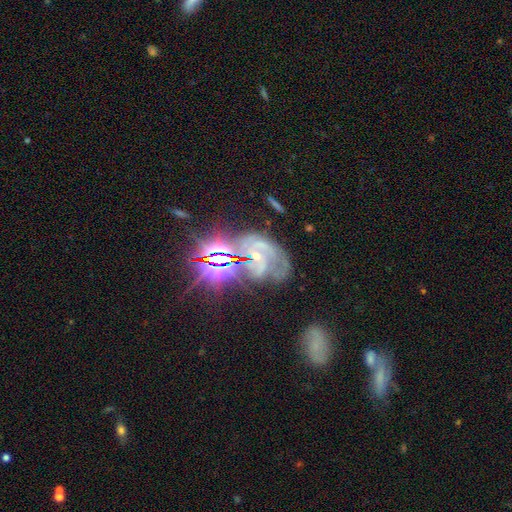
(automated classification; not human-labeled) Q: Smooth or featured?
A: featured or disk (57%); runner-up: star or artifact (32%)
Q: Edge-on disk?
A: no (96%); runner-up: yes (4%)
Q: Bar?
A: no (48%); runner-up: weak (34%)
Q: Spiral arms?
A: yes (88%); runner-up: no (12%)
Q: Bulge size?
A: small (71%); runner-up: moderate (22%)
Q: Merging?
A: none (48%); runner-up: minor disturbance (21%)